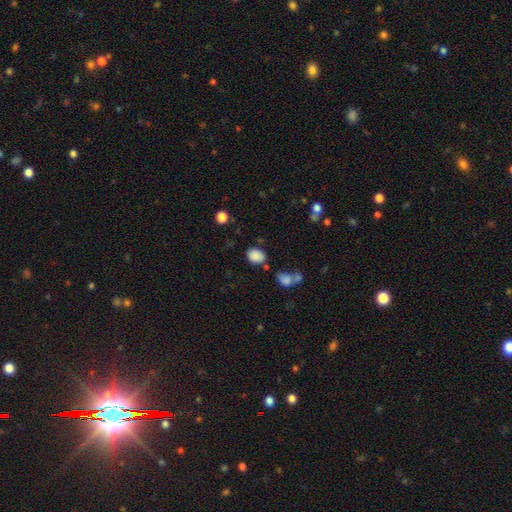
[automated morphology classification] This appears to be a smooth galaxy with no disk features (85%) that is in between round and cigar-shaped (61%). Merging: none (68%).